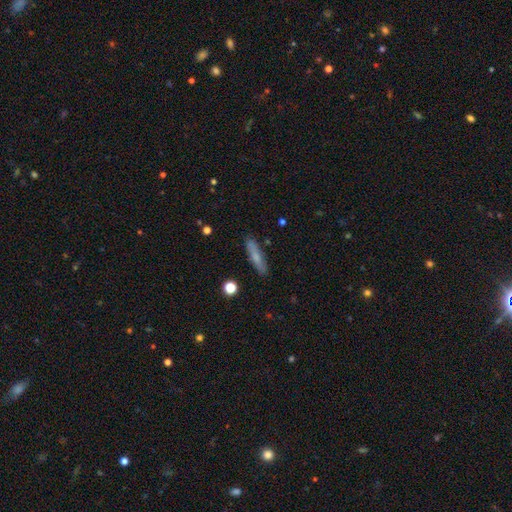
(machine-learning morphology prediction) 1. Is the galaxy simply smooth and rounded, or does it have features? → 66% smooth, 27% featured or disk, 7% star or artifact.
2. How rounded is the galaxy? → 86% cigar-shaped, 11% in between, 2% round.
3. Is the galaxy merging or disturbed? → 87% none, 9% minor disturbance, 2% major disturbance, 2% merger.